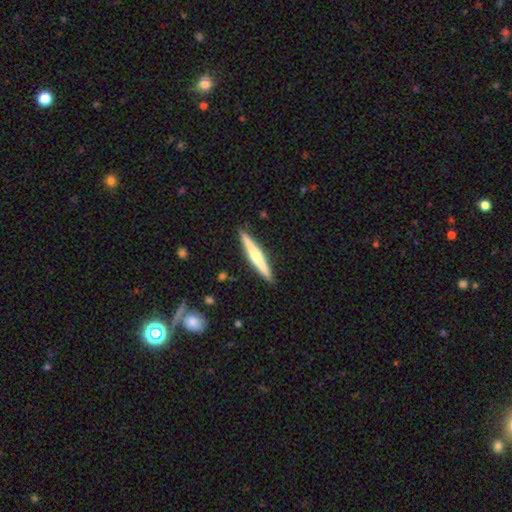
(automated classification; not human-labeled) Smooth or featured? Predicted: featured or disk (p=0.56). Edge-on disk? Predicted: yes (p=0.98). Edge-on bulge? Predicted: rounded (p=0.73). Merging? Predicted: none (p=0.91).